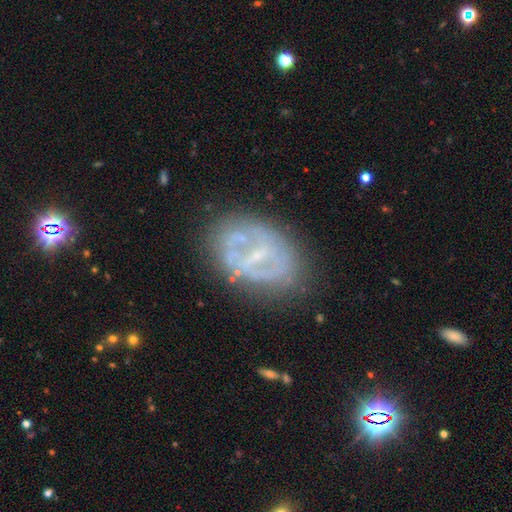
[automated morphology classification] smooth_or_featured: featured or disk (p=0.73) [alt: smooth p=0.19]
disk_edge_on: no (p=0.96) [alt: yes p=0.04]
bar: weak (p=0.43) [alt: strong p=0.29]
has_spiral_arms: no (p=0.52) [alt: yes p=0.48]
bulge_size: small (p=0.59) [alt: none p=0.22]
merging: none (p=0.69) [alt: minor disturbance p=0.18]